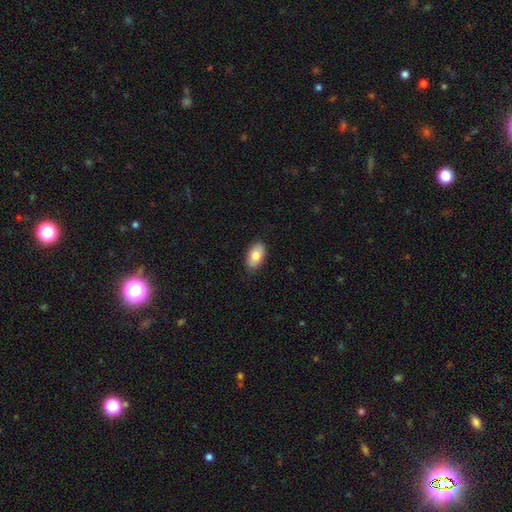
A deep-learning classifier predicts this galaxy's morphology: The model was most divided on "smooth or featured": smooth: 80%, featured or disk: 14%, star or artifact: 6%. More confident: how rounded — in between (94%); merging — none (88%).